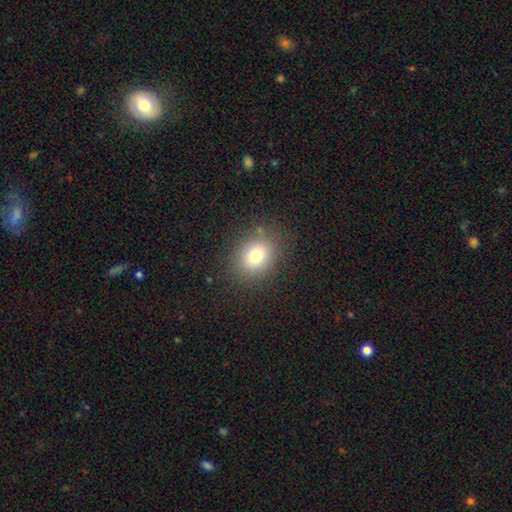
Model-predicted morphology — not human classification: smooth-or-featured: smooth: 77% | star or artifact: 13% | featured or disk: 10%
  how-rounded: round: 55% | in between: 44% | cigar-shaped: 1%
  merging: none: 84% | minor disturbance: 10% | major disturbance: 4% | merger: 2%